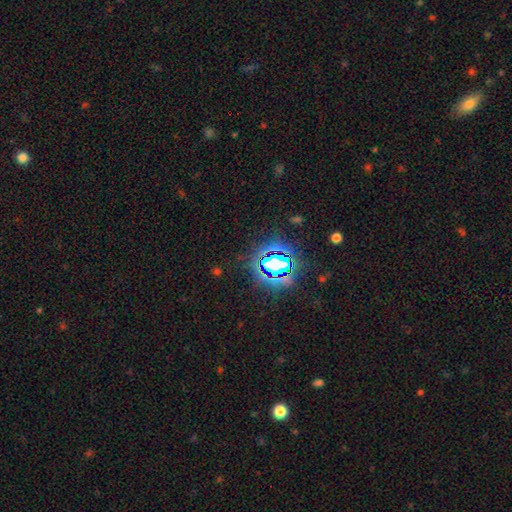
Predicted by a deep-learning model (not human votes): smooth-or-featured: star or artifact: 80% | smooth: 13% | featured or disk: 7%